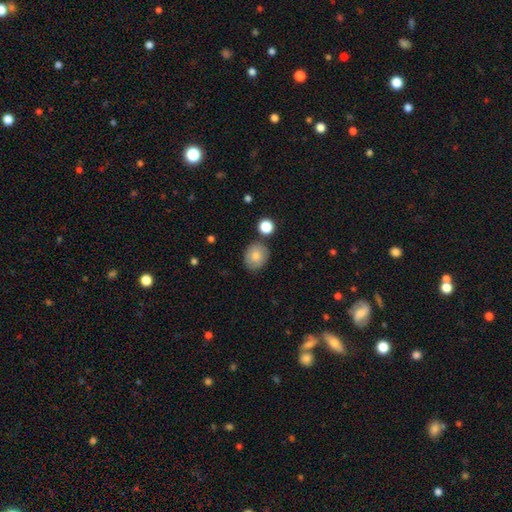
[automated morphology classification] Smooth or featured? smooth (79%)
How rounded? round (72%)
Merging? none (79%)